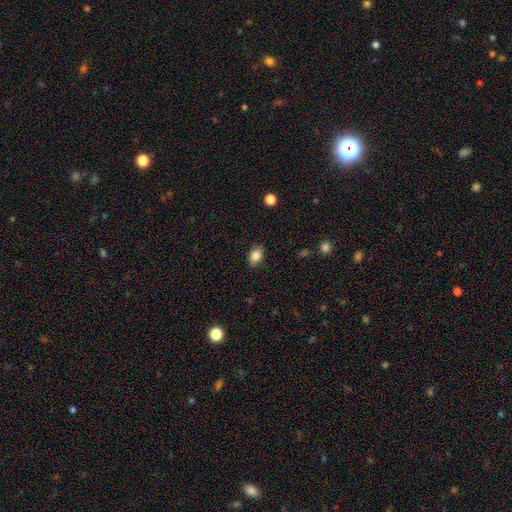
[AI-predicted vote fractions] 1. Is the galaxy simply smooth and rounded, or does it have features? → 84% smooth, 9% star or artifact, 7% featured or disk.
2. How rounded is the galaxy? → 78% in between, 21% round, 1% cigar-shaped.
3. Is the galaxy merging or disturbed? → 85% none, 12% minor disturbance, 2% major disturbance, 1% merger.